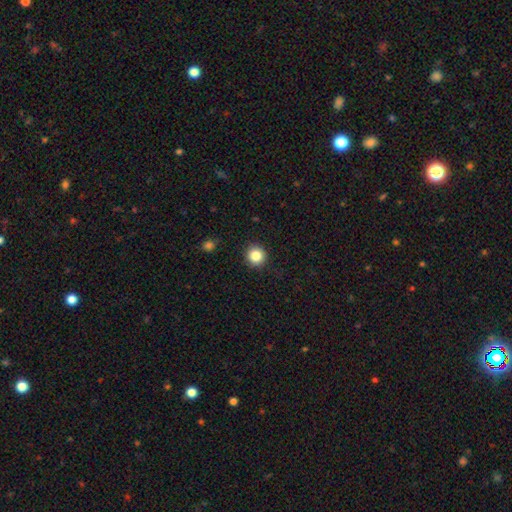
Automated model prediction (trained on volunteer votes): A smooth galaxy with no disk features (85%) that is round (93%). Merging: none (91%).